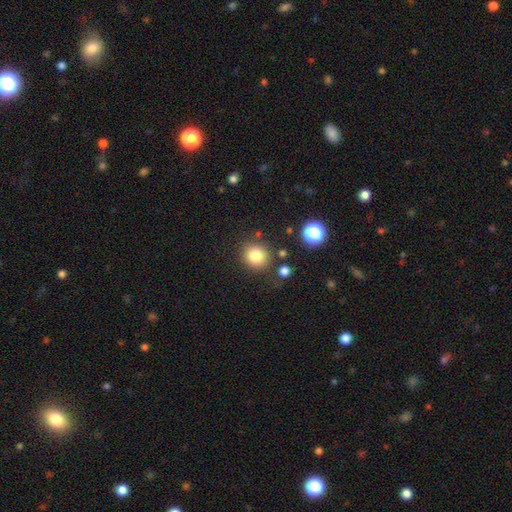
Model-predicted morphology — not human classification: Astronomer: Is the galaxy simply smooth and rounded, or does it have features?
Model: smooth — 81%.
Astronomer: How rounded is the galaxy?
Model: round — 88%.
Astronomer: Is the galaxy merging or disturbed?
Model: none — 82%.